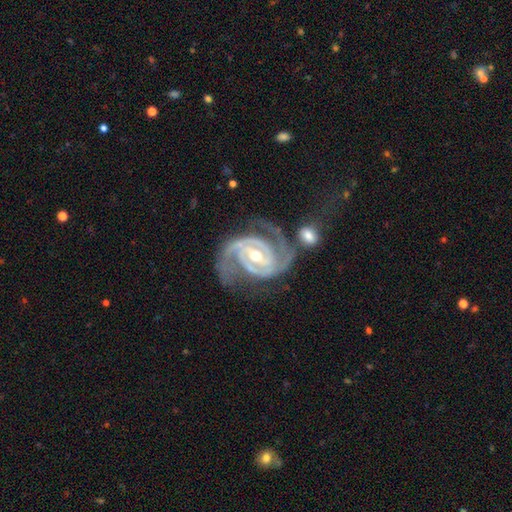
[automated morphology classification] Overall: featured or disk (94%). Edge-on disk: no (98%). Bar: weak (41%; strong 37%). Spiral arms: yes (99%). Spiral arm count: 2 (76%). Spiral winding: tight (51%; medium 42%). Bulge size: moderate (64%; small 32%). Merging: none (56%; minor disturbance 19%).